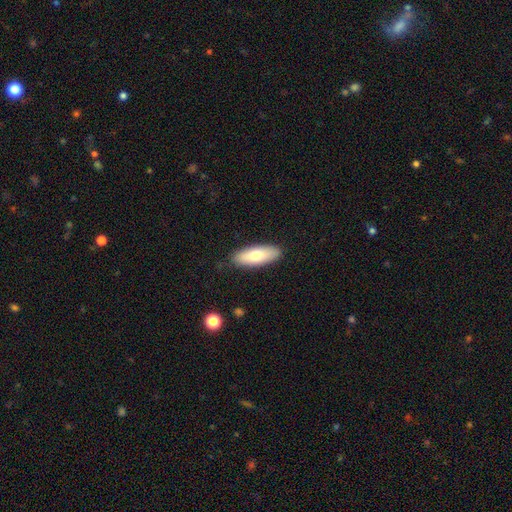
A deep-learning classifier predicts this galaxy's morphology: Smooth or featured?
  - smooth: 73% *
  - featured or disk: 21%
  - star or artifact: 6%
How rounded?
  - in between: 68% *
  - cigar-shaped: 30%
  - round: 2%
Merging?
  - none: 88% *
  - minor disturbance: 9%
  - major disturbance: 2%
  - merger: 1%